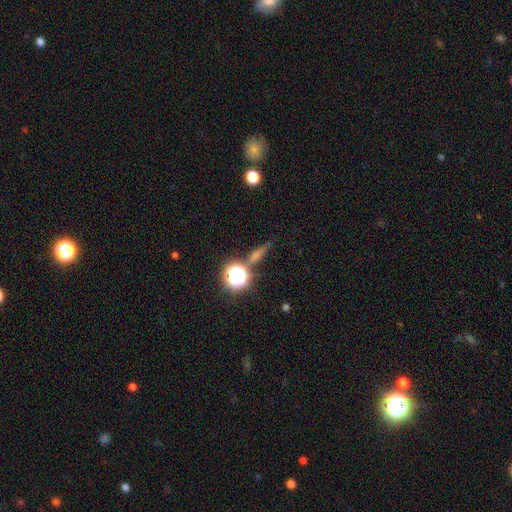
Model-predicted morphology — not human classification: star or artifact 38%, smooth 36%, featured or disk 26%.